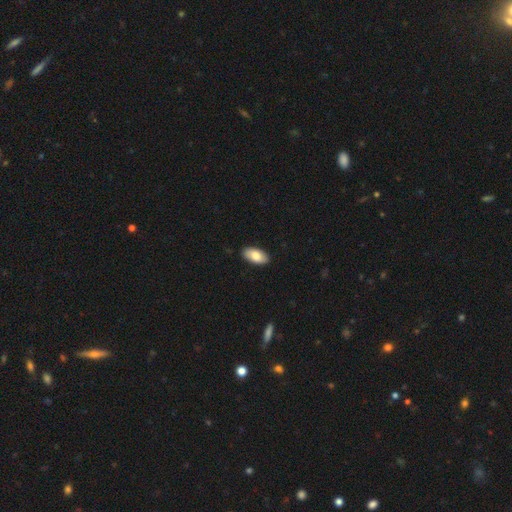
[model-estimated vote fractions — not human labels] smooth_or_featured: smooth (p=0.82) [alt: featured or disk p=0.12]
how_rounded: in between (p=0.94) [alt: cigar-shaped p=0.03]
merging: none (p=0.89) [alt: minor disturbance p=0.08]